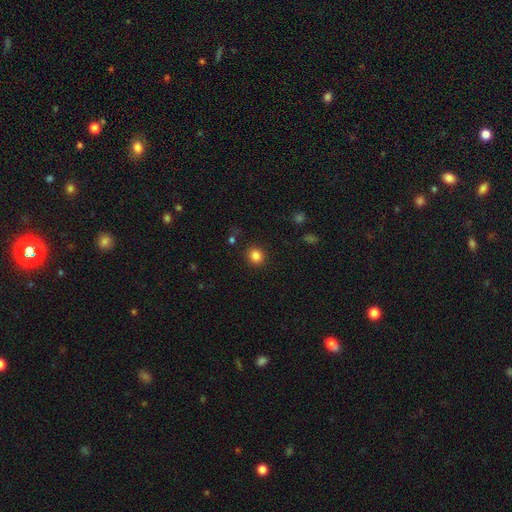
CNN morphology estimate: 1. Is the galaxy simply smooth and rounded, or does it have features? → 84% smooth, 11% star or artifact, 4% featured or disk.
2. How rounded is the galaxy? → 81% round, 18% in between, 1% cigar-shaped.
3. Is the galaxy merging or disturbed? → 89% none, 7% minor disturbance, 3% major disturbance, 2% merger.